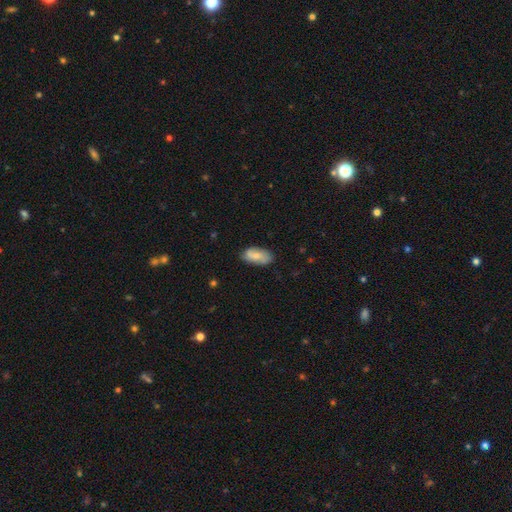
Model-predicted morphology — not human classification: Q: Smooth or featured?
A: smooth (59%); runner-up: featured or disk (35%)
Q: How rounded?
A: in between (90%); runner-up: cigar-shaped (6%)
Q: Merging?
A: none (74%); runner-up: minor disturbance (20%)